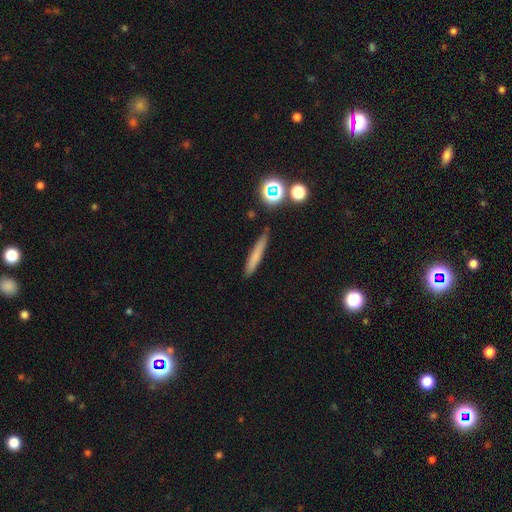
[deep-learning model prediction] smooth-or-featured: smooth: 69% | featured or disk: 20% | star or artifact: 11%
  how-rounded: cigar-shaped: 92% | in between: 5% | round: 2%
  merging: none: 83% | minor disturbance: 12% | major disturbance: 3% | merger: 2%